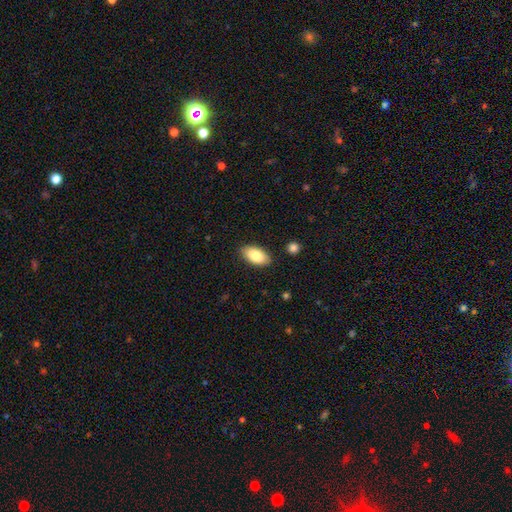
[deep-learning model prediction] Smooth or featured? Predicted: smooth (p=0.83). How rounded? Predicted: in between (p=0.94). Merging? Predicted: none (p=0.87).